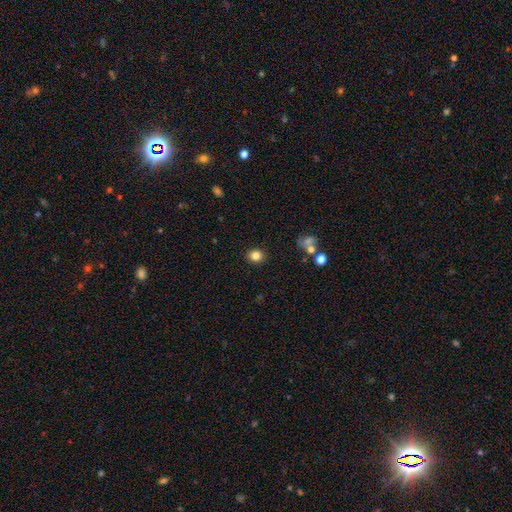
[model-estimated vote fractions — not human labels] A smooth galaxy with no disk features (82%) that is round (77%).

Vote fractions:
- Smooth or featured? smooth: 82% / star or artifact: 11% / featured or disk: 6%
- How rounded? round: 77% / in between: 22% / cigar-shaped: 1%
- Merging? none: 89% / minor disturbance: 7% / major disturbance: 2% / merger: 2%